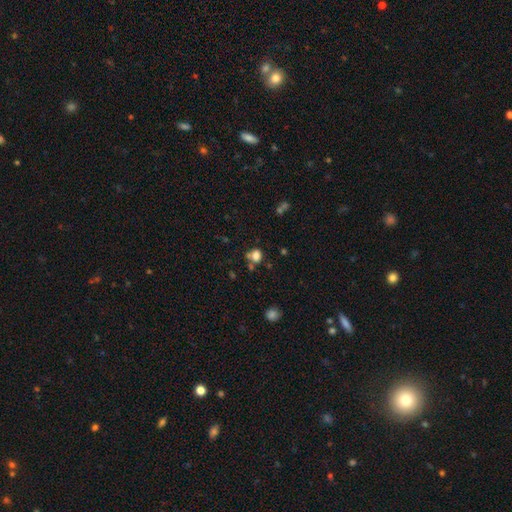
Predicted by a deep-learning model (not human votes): smooth_or_featured: smooth (p=0.78) [alt: star or artifact p=0.14]
how_rounded: round (p=0.61) [alt: in between p=0.38]
merging: none (p=0.53) [alt: merger p=0.23]